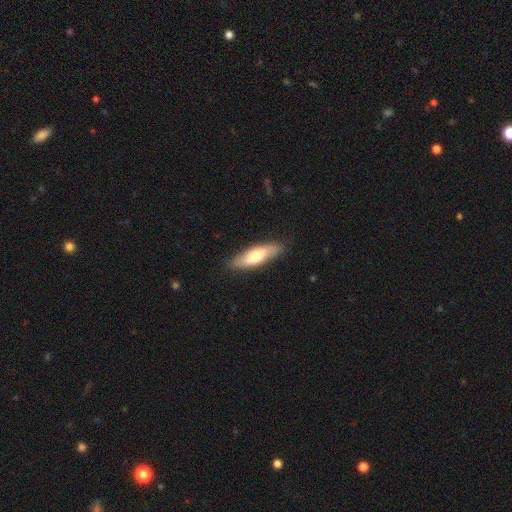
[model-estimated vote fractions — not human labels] smooth 65%, featured or disk 30%, star or artifact 5%. Down the decision tree: how rounded — cigar-shaped (49%, tied with in between); merging — none (85%).